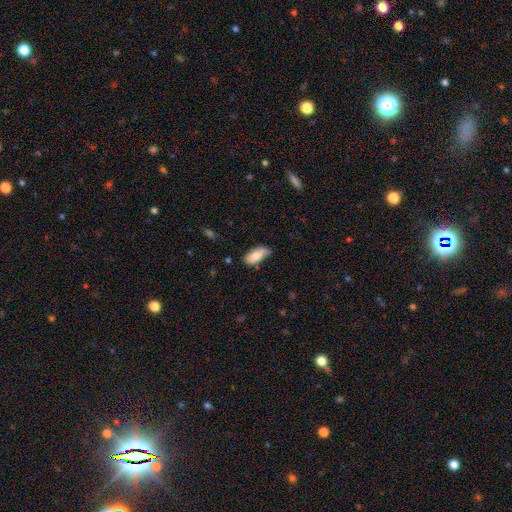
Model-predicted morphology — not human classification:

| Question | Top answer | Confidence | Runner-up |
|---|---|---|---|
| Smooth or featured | smooth | 76% | featured or disk (18%) |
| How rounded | in between | 90% | cigar-shaped (8%) |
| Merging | none | 60% | minor disturbance (32%) |